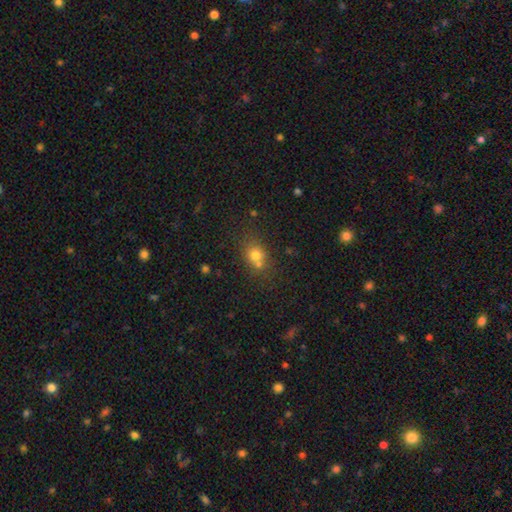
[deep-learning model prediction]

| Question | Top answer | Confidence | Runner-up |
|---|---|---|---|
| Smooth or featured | smooth | 71% | star or artifact (17%) |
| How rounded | round | 70% | in between (29%) |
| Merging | none | 53% | merger (33%) |